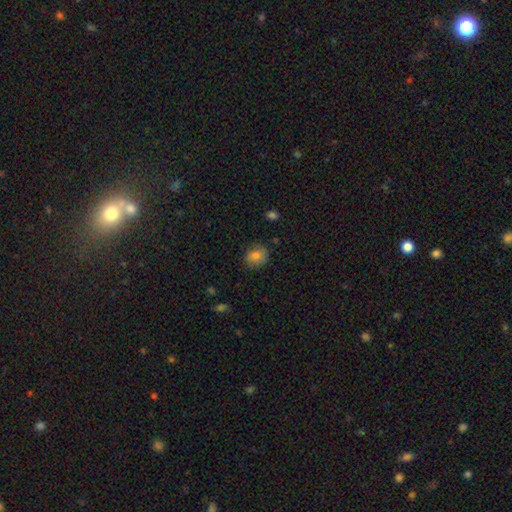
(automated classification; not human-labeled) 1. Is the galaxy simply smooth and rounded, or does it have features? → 79% smooth, 12% featured or disk, 9% star or artifact.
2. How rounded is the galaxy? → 68% round, 32% in between, 1% cigar-shaped.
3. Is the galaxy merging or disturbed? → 77% none, 18% minor disturbance, 4% major disturbance, 1% merger.